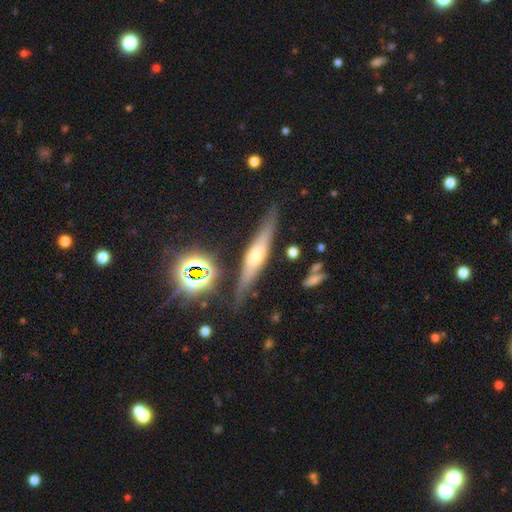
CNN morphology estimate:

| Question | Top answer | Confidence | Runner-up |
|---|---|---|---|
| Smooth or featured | featured or disk | 61% | smooth (28%) |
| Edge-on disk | yes | 93% | no (7%) |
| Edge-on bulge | rounded | 75% | boxy (17%) |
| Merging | none | 82% | minor disturbance (12%) |